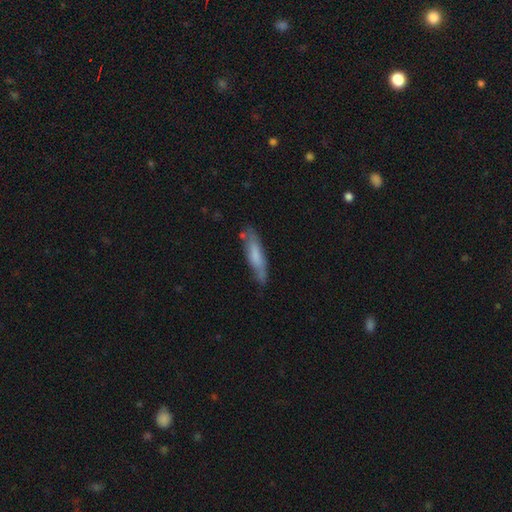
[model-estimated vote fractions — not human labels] The model was most divided on "smooth or featured": smooth: 62%, featured or disk: 31%, star or artifact: 6%. More confident: how rounded — cigar-shaped (76%); merging — none (69%).